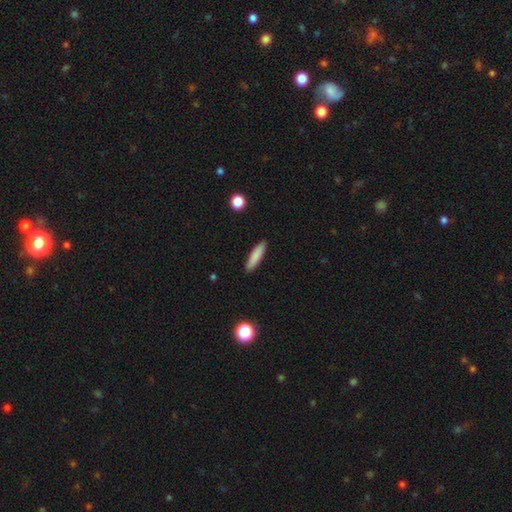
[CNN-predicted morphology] Smooth or featured? Predicted: smooth (p=0.85). How rounded? Predicted: cigar-shaped (p=0.77). Merging? Predicted: none (p=0.90).